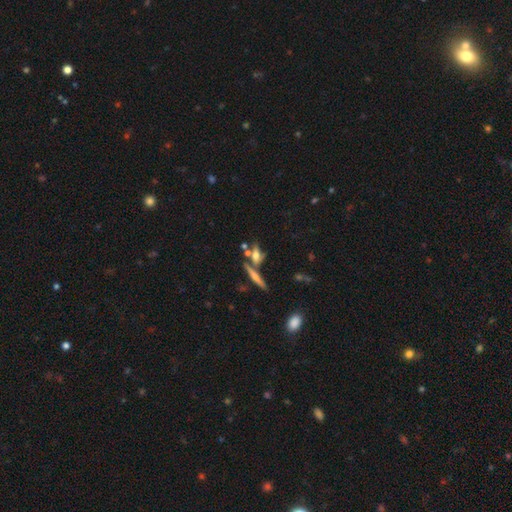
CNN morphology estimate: smooth-or-featured: featured or disk: 49% | smooth: 37% | star or artifact: 14%
  merging: none: 54% | merger: 28% | minor disturbance: 12% | major disturbance: 6%